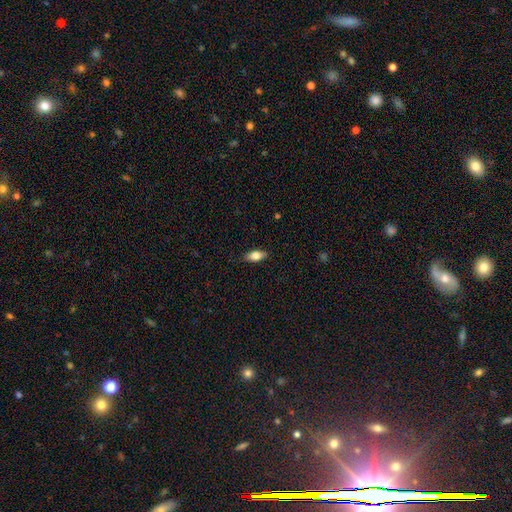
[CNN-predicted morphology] The model was most divided on "smooth or featured": smooth: 78%, featured or disk: 15%, star or artifact: 7%. More confident: merging — none (87%); how rounded — in between (85%).